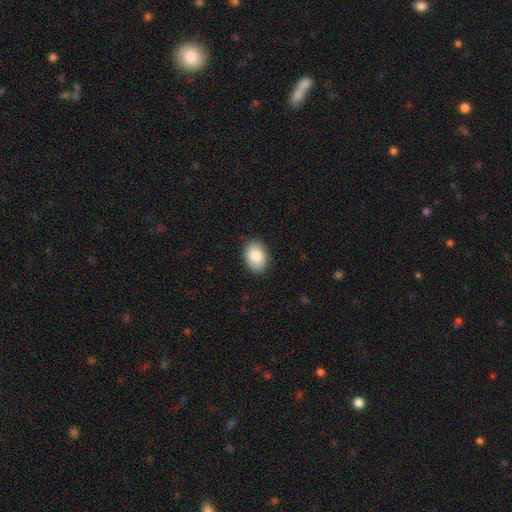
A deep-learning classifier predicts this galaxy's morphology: The model was most divided on "how rounded": in between: 81%, round: 18%, cigar-shaped: 1%. More confident: merging — none (88%); smooth or featured — smooth (84%).